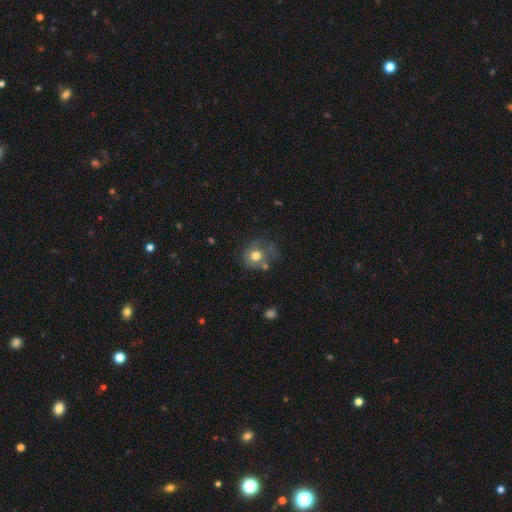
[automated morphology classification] smooth_or_featured: smooth (p=0.69) [alt: featured or disk p=0.21]
how_rounded: round (p=0.76) [alt: in between p=0.23]
merging: none (p=0.47) [alt: minor disturbance p=0.27]